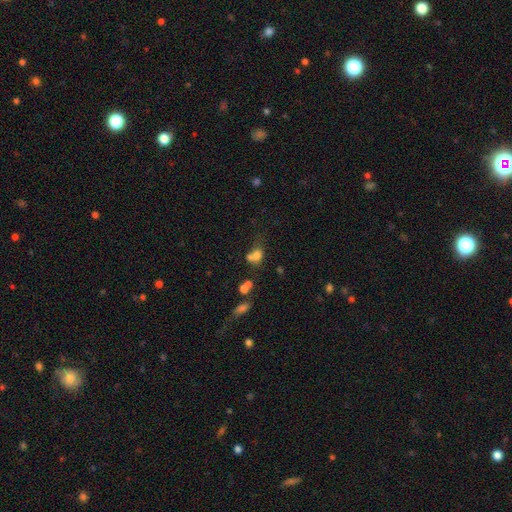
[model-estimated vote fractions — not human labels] Morphology: type=smooth (71%); roundness=round (51%); merging=merger (44%).